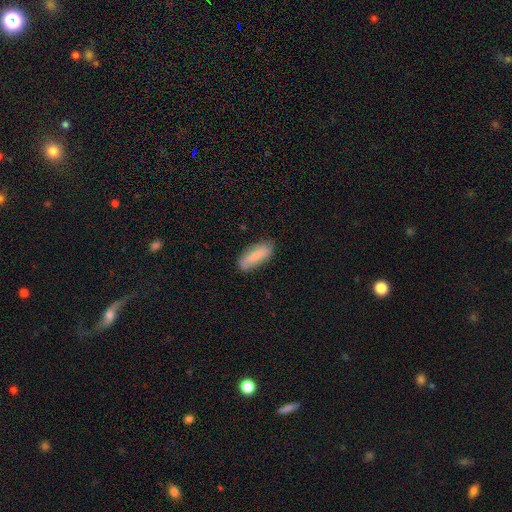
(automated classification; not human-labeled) Overall: smooth (78%). How rounded: in between (64%; cigar-shaped 34%). Merging: none (81%).